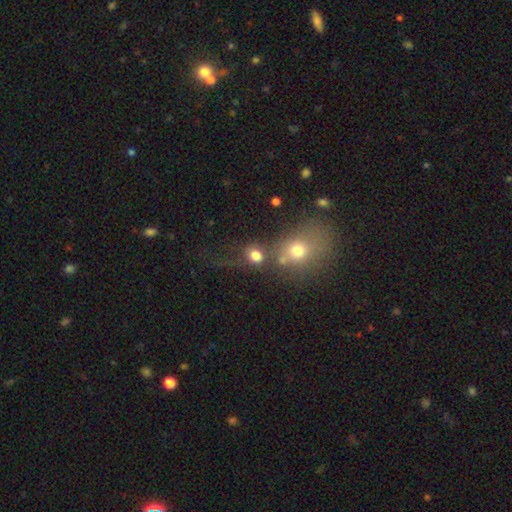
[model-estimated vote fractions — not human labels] A smooth galaxy with no disk features (76%) that is round (71%). Merging: none (45%).